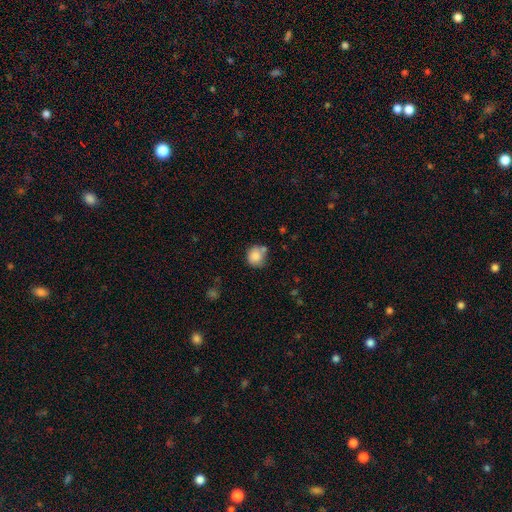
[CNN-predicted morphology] smooth-or-featured: smooth: 83% | star or artifact: 9% | featured or disk: 8%
  how-rounded: round: 83% | in between: 16% | cigar-shaped: 1%
  merging: none: 59% | minor disturbance: 21% | merger: 14% | major disturbance: 6%